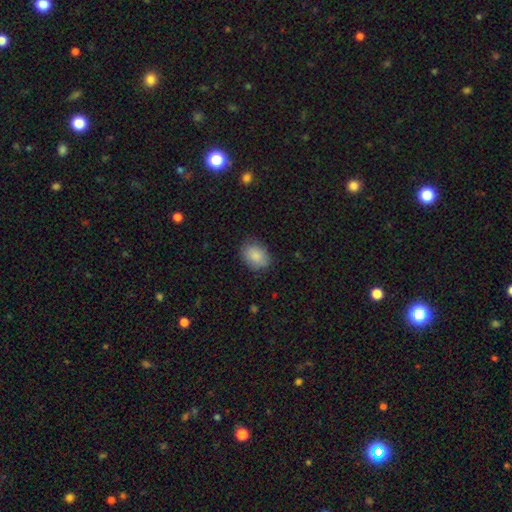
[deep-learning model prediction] Morphology: type=smooth (87%); roundness=in between (74%); merging=none (81%).